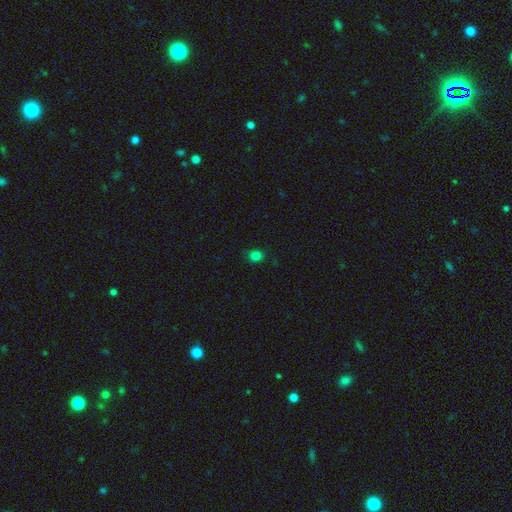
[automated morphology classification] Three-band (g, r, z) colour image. It shows a smooth galaxy with no disk features (81%) that is round (76%). Merging: none (86%).